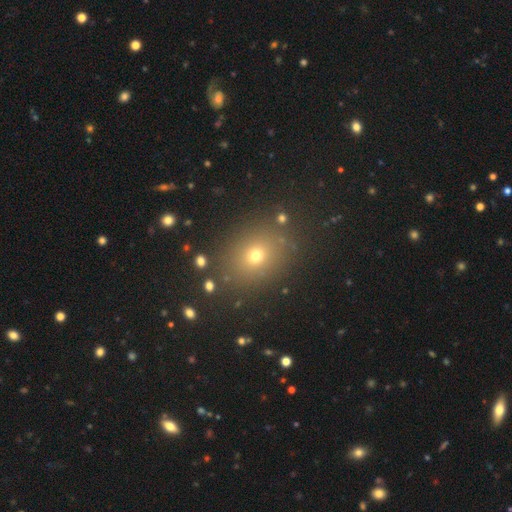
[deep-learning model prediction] A smooth galaxy with no disk features (67%) that is round (53%). Merging: none (85%).